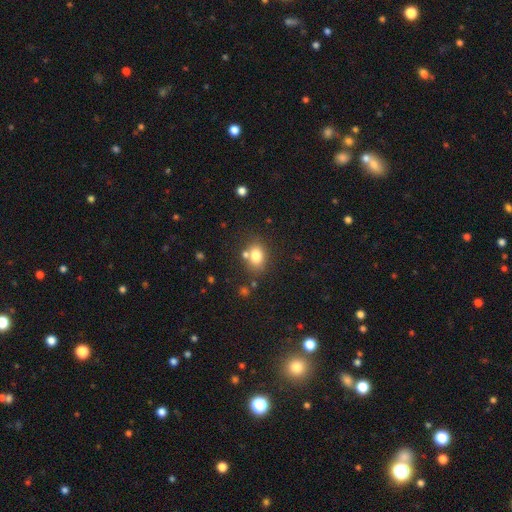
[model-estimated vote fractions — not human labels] Smooth or featured? smooth (78%)
How rounded? in between (63%)
Merging? none (65%)